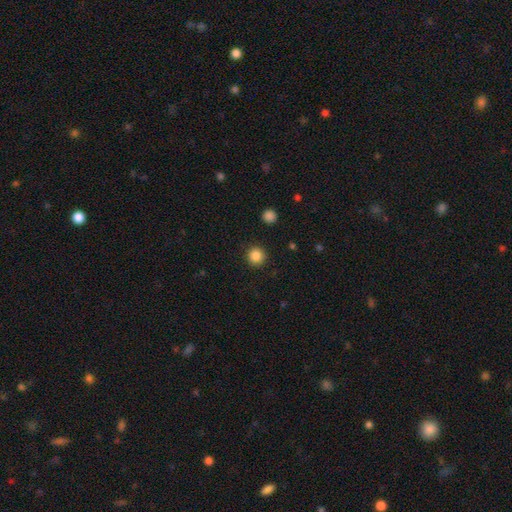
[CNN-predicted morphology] smooth_or_featured: smooth (p=0.86) [alt: star or artifact p=0.11]
how_rounded: round (p=0.95) [alt: in between p=0.04]
merging: none (p=0.92) [alt: minor disturbance p=0.05]